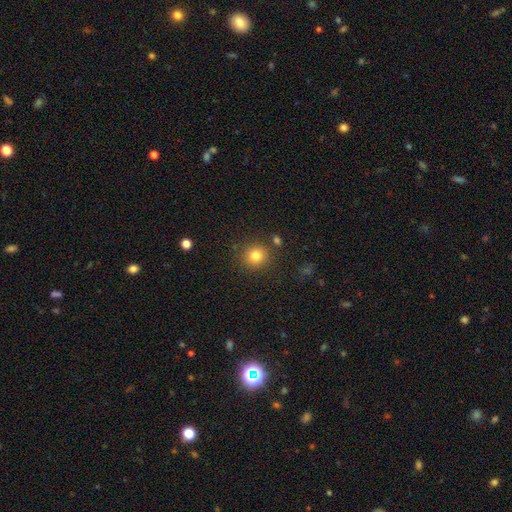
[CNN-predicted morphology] Smooth or featured: smooth — 81% (star or artifact — 12%)
How rounded: round — 87% (in between — 12%)
Merging: none — 84% (minor disturbance — 8%)